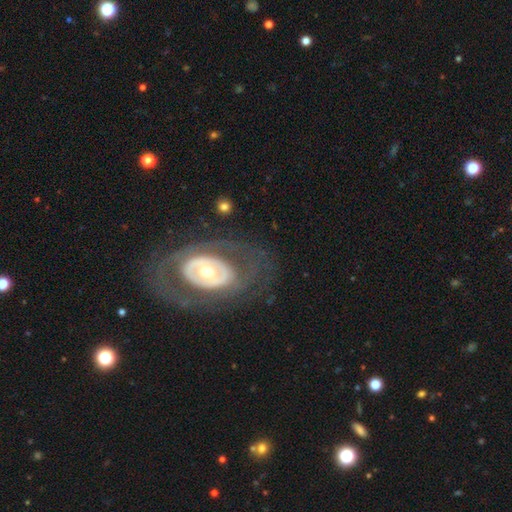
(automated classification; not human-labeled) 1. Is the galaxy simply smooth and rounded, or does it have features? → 74% featured or disk, 19% smooth, 7% star or artifact.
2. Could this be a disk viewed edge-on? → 93% no, 7% yes.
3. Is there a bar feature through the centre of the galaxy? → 67% no, 20% weak, 13% strong.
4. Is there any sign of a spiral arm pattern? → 58% no, 42% yes.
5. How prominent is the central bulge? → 50% moderate, 38% small, 9% large, 2% dominant, 1% none.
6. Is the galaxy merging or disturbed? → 75% none, 12% major disturbance, 12% minor disturbance, 2% merger.